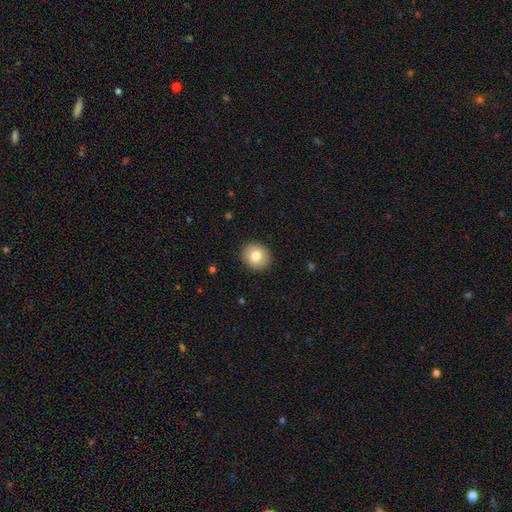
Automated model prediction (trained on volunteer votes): A smooth galaxy with no disk features (80%) that is round (80%).

Vote fractions:
- Smooth or featured? smooth: 80% / featured or disk: 12% / star or artifact: 8%
- How rounded? round: 80% / in between: 20% / cigar-shaped: 1%
- Merging? none: 91% / minor disturbance: 6% / major disturbance: 2% / merger: 1%